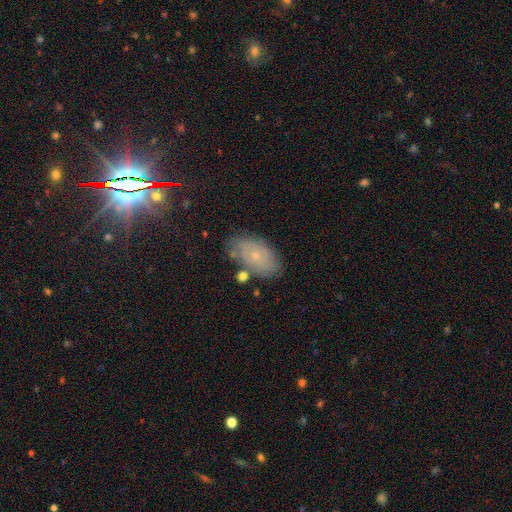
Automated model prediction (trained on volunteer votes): smooth 50%, featured or disk 38%, star or artifact 12%. Down the decision tree: merging — none (74%).